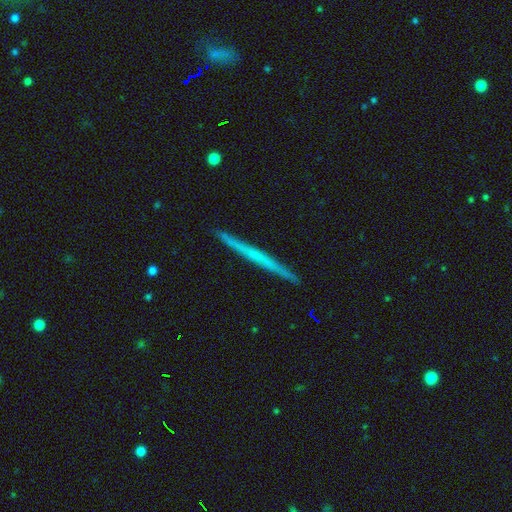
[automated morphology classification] type=featured or disk (55%); edge-on=yes (98%); edge-on bulge=none (88%); merging=none (93%).